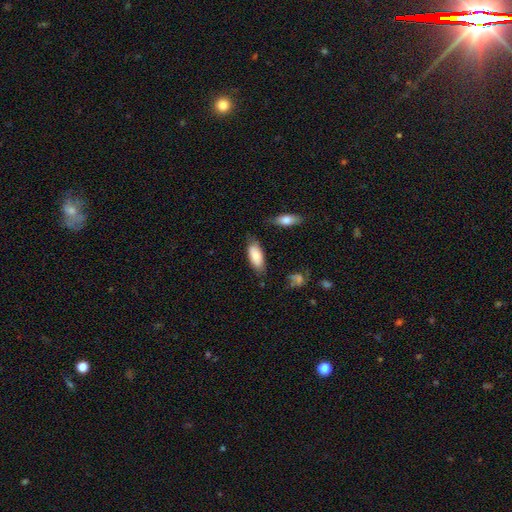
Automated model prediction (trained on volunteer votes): Smooth or featured?
  - smooth: 80% *
  - featured or disk: 14%
  - star or artifact: 6%
How rounded?
  - in between: 82% *
  - cigar-shaped: 16%
  - round: 2%
Merging?
  - none: 68% *
  - minor disturbance: 23%
  - major disturbance: 5%
  - merger: 4%